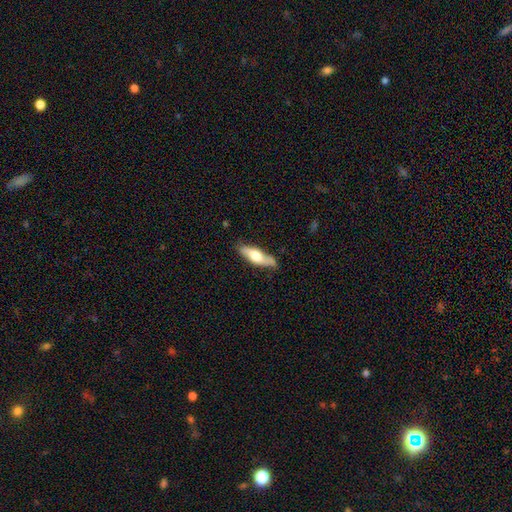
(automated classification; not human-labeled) Q: Smooth or featured?
A: smooth (59%); runner-up: featured or disk (36%)
Q: How rounded?
A: cigar-shaped (51%); runner-up: in between (47%)
Q: Merging?
A: none (74%); runner-up: minor disturbance (20%)